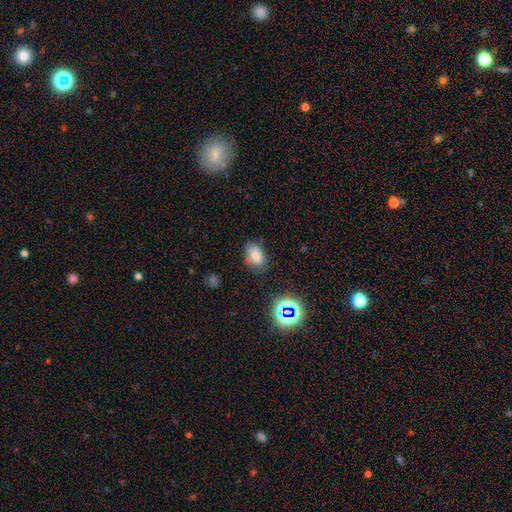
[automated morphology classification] Smooth or featured? smooth (76%)
How rounded? in between (85%)
Merging? none (68%)